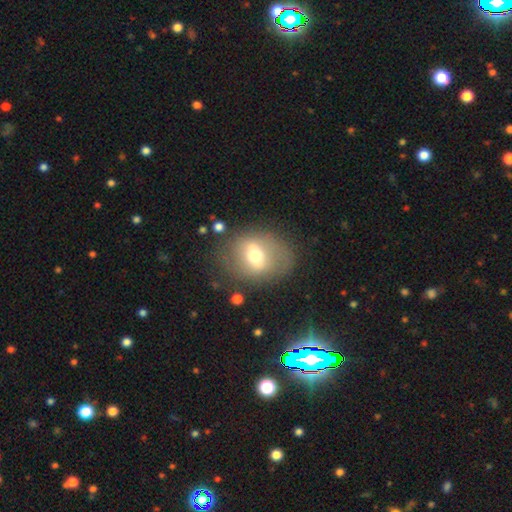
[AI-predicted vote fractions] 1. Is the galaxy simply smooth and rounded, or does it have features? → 49% smooth, 41% featured or disk, 10% star or artifact.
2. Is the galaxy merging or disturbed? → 74% none, 15% minor disturbance, 8% major disturbance, 3% merger.